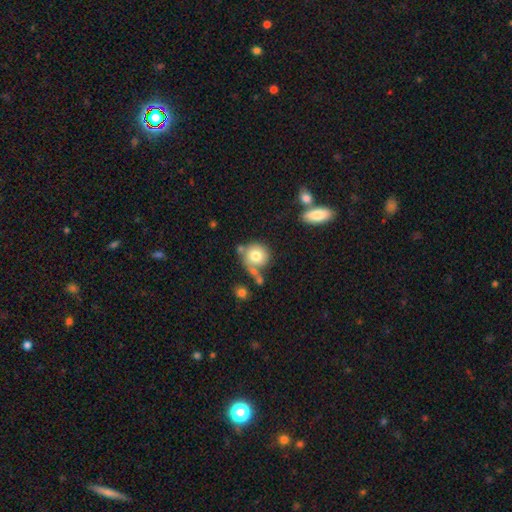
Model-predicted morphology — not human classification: Smooth or featured: smooth — 75% (featured or disk — 15%)
How rounded: round — 89% (in between — 10%)
Merging: none — 55% (merger — 21%)